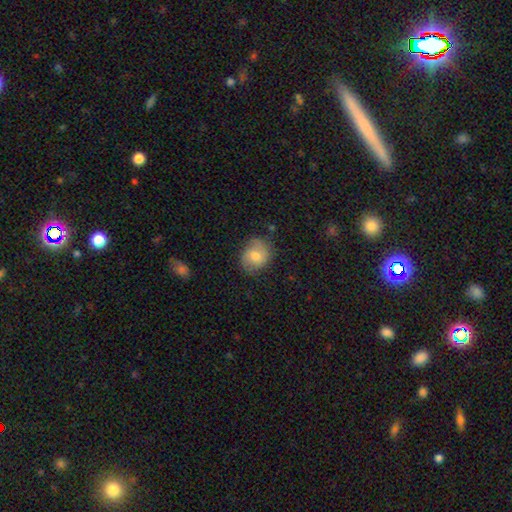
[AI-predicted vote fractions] smooth_or_featured: smooth (p=0.59) [alt: featured or disk p=0.33]
how_rounded: round (p=0.68) [alt: in between p=0.31]
merging: none (p=0.71) [alt: minor disturbance p=0.21]